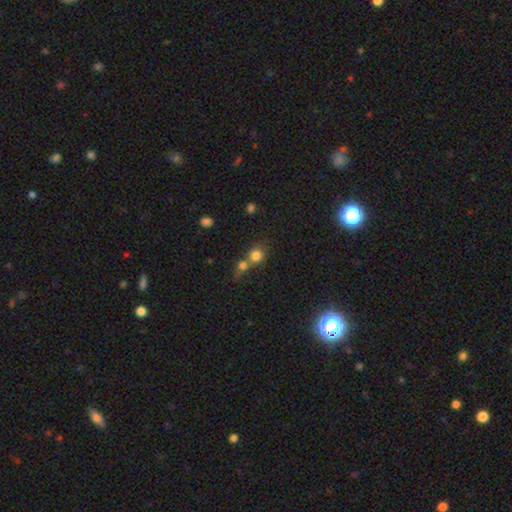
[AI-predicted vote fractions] Smooth or featured: smooth — 77% (star or artifact — 14%)
How rounded: round — 84% (in between — 15%)
Merging: merger — 49% (none — 40%)